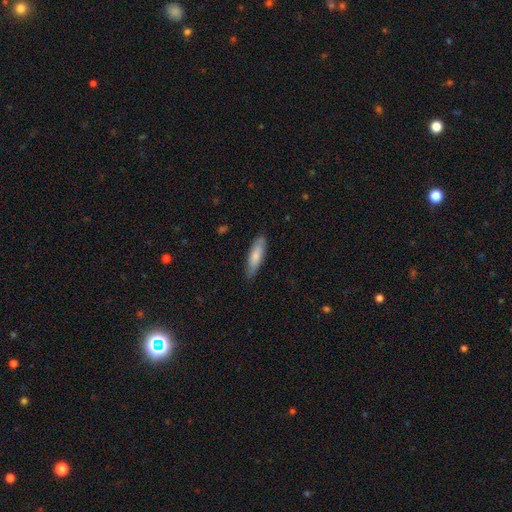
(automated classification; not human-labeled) smooth 76%, featured or disk 19%, star or artifact 5%. Down the decision tree: how rounded — cigar-shaped (56%); merging — none (82%).